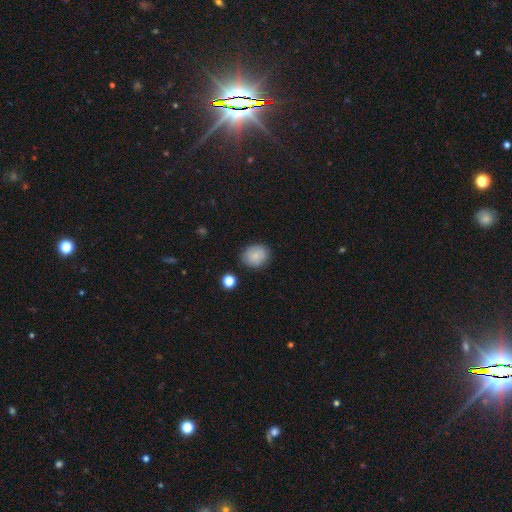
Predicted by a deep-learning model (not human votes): This appears to be a smooth galaxy with no disk features (83%) that is round (59%). Merging: none (82%).